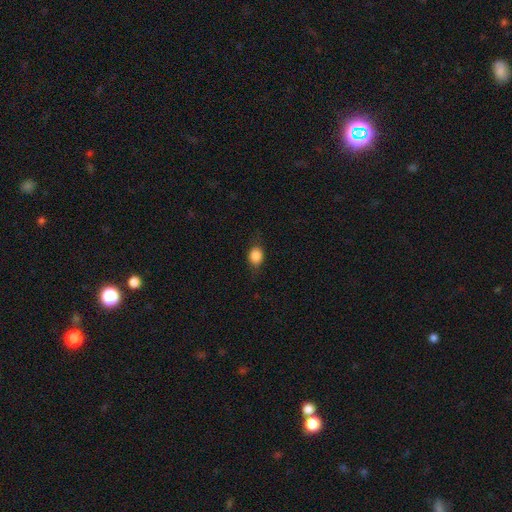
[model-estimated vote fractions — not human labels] This is clearly a smooth galaxy (82%). How rounded: possibly round (50%). Merging: likely none (75%).